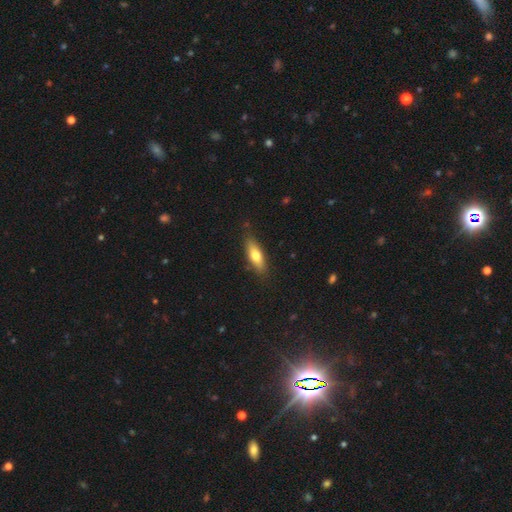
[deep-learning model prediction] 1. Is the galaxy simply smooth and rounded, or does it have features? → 68% smooth, 25% featured or disk, 6% star or artifact.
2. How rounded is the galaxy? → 57% in between, 40% cigar-shaped, 3% round.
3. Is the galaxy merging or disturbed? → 83% none, 13% minor disturbance, 3% major disturbance, 1% merger.